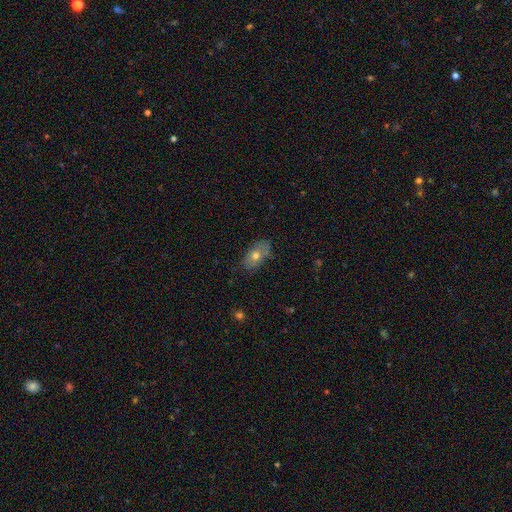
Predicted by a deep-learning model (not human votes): Smooth or featured?
  - smooth: 60% *
  - featured or disk: 31%
  - star or artifact: 9%
How rounded?
  - in between: 88% *
  - round: 9%
  - cigar-shaped: 3%
Merging?
  - none: 73% *
  - minor disturbance: 21%
  - major disturbance: 4%
  - merger: 2%